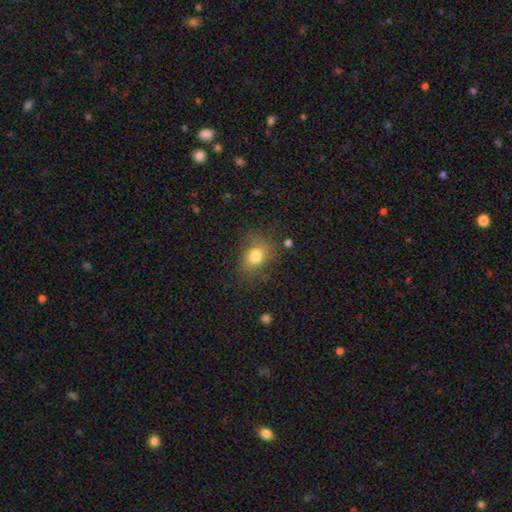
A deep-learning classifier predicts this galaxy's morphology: A smooth galaxy with no disk features (77%) that is in between round and cigar-shaped (51%). Merging: none (70%).